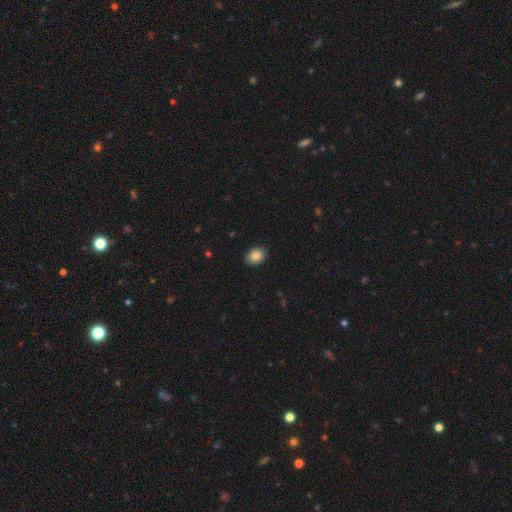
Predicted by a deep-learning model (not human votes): This is clearly a smooth galaxy (86%). How rounded: likely in between (77%). Merging: clearly none (88%).